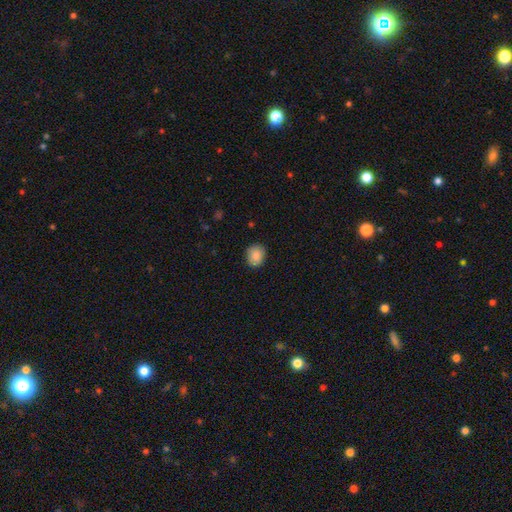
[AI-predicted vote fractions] Q: Smooth or featured?
A: smooth (86%); runner-up: star or artifact (7%)
Q: How rounded?
A: round (54%); runner-up: in between (45%)
Q: Merging?
A: none (84%); runner-up: minor disturbance (13%)